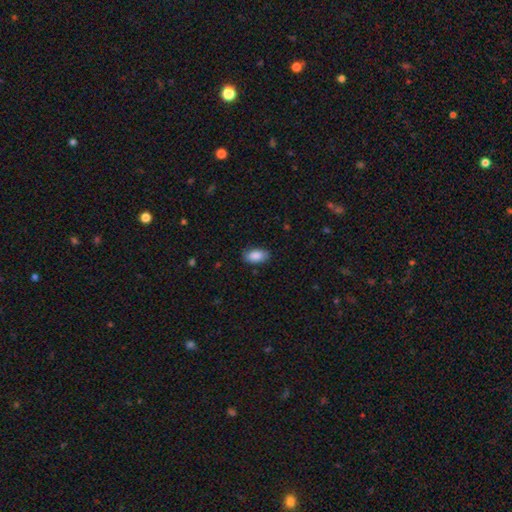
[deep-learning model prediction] Overall: smooth (88%). How rounded: in between (93%). Merging: none (85%).